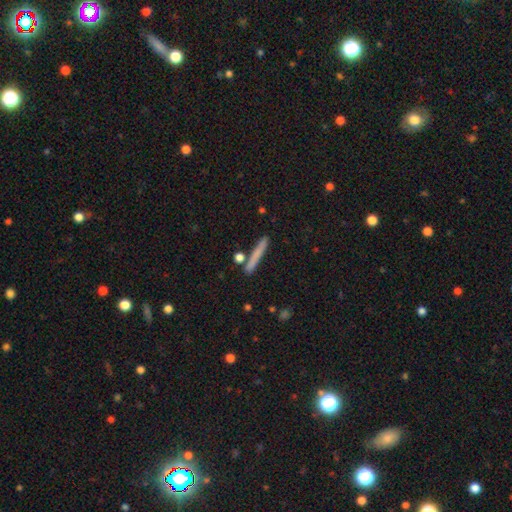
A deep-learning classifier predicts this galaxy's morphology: This is likely a smooth galaxy (71%). How rounded: clearly cigar-shaped (95%). Merging: clearly none (83%).